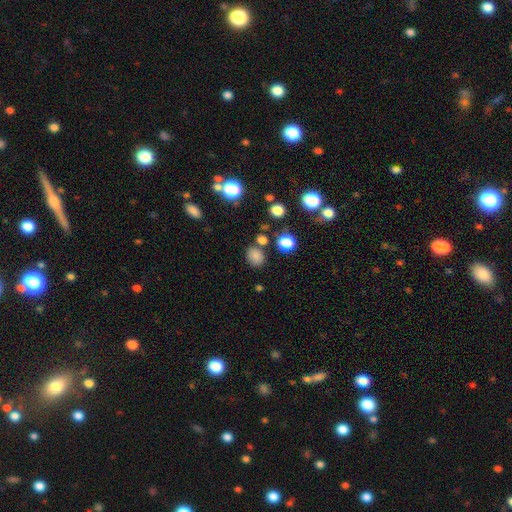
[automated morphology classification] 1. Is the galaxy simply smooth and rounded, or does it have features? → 80% smooth, 15% star or artifact, 5% featured or disk.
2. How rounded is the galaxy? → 59% round, 40% in between, 1% cigar-shaped.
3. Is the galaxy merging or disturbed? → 75% none, 12% minor disturbance, 9% merger, 4% major disturbance.